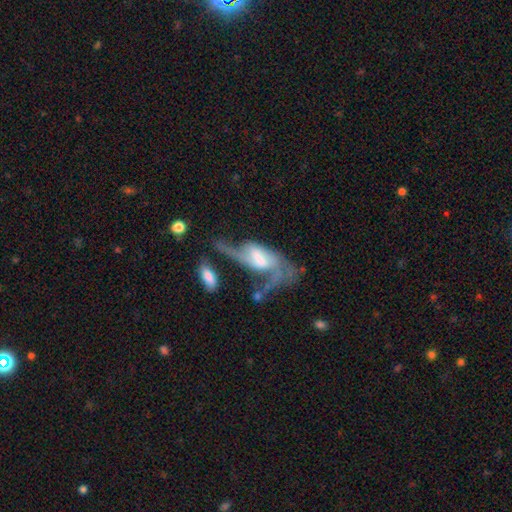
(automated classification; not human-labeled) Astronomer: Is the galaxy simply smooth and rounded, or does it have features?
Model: featured or disk — 75%.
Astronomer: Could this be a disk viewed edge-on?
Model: no — 86%.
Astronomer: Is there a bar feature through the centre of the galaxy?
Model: no — 50% (runner-up: weak, 36%).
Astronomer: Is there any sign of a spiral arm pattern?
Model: yes — 80%.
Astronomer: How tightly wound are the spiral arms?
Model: loose — 50% (runner-up: medium, 35%).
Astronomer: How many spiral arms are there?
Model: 2 — 51%.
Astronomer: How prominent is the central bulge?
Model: moderate — 44% (runner-up: large, 21%).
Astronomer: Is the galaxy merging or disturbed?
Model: major disturbance — 36% (runner-up: none, 26%).